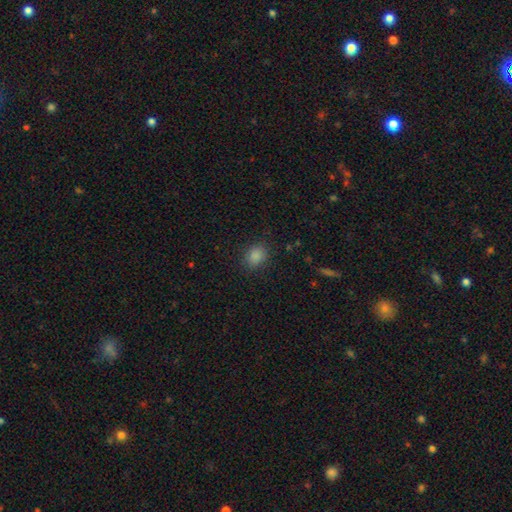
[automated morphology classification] smooth-or-featured: smooth: 86% | star or artifact: 11% | featured or disk: 3%
  how-rounded: round: 50% | in between: 49% | cigar-shaped: 1%
  merging: none: 86% | minor disturbance: 10% | major disturbance: 3% | merger: 1%